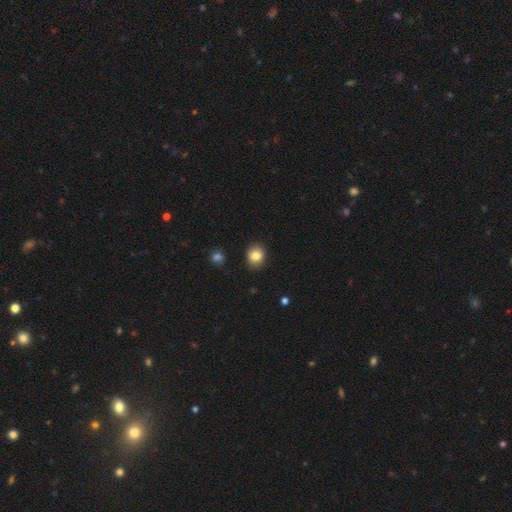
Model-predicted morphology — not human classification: A smooth galaxy with no disk features (83%) that is round (65%). Merging: none (88%).